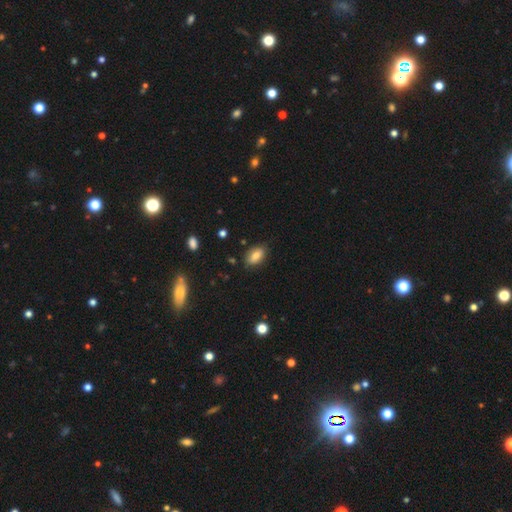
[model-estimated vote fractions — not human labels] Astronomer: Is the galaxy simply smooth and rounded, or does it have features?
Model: smooth — 81%.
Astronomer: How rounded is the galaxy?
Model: in between — 90%.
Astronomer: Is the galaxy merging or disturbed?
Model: none — 80%.